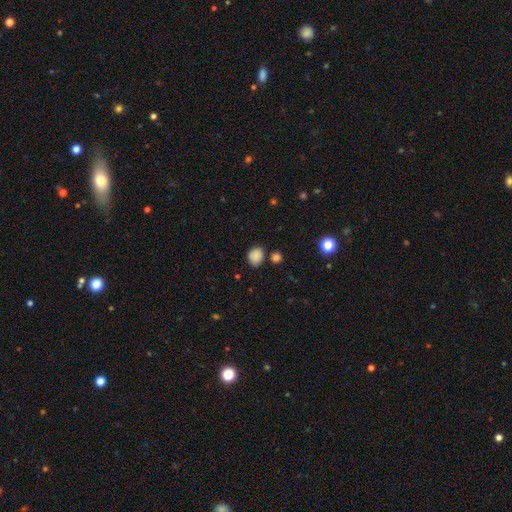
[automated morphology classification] Smooth or featured: smooth — 85% (star or artifact — 11%)
How rounded: round — 67% (in between — 32%)
Merging: none — 75% (minor disturbance — 14%)